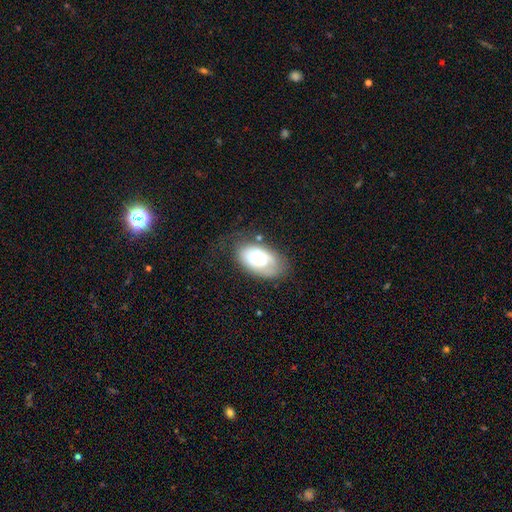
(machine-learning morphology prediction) This is possibly a smooth galaxy (54%). How rounded: clearly in between (92%). Merging: possibly none (56%).